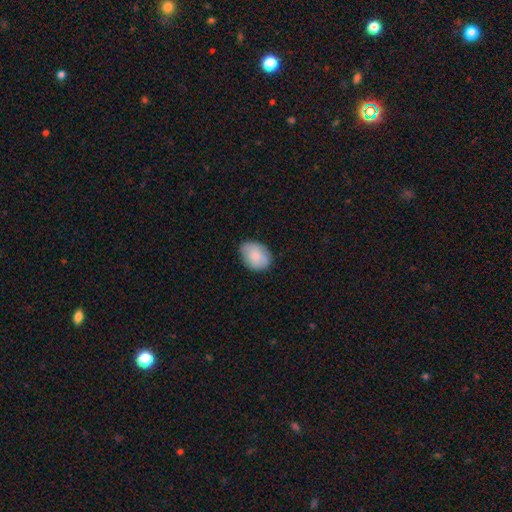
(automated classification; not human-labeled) smooth 84%, featured or disk 9%, star or artifact 6%. Down the decision tree: how rounded — in between (72%); merging — none (78%).